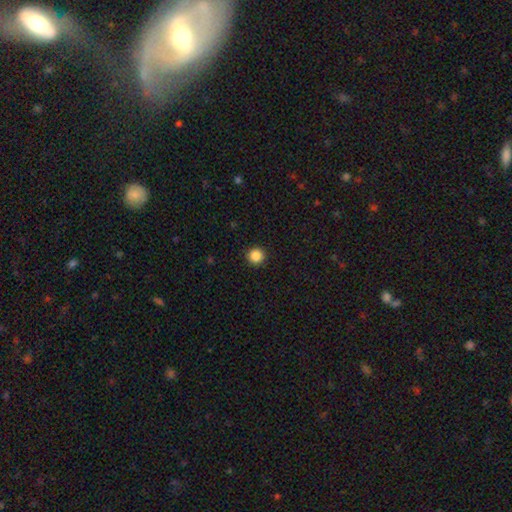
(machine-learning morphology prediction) type=smooth (87%); roundness=round (96%); merging=none (93%).